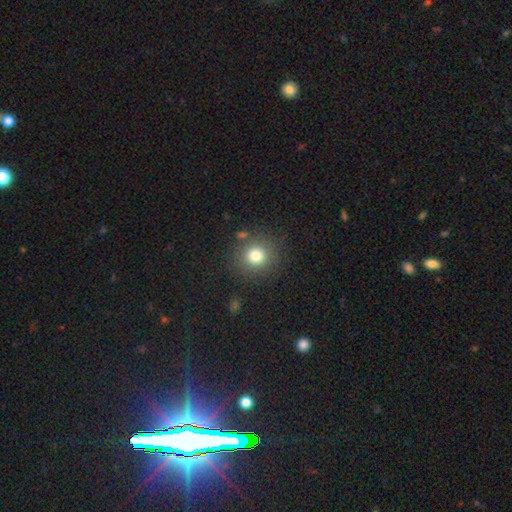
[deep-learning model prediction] The model was most divided on "smooth or featured": smooth: 80%, star or artifact: 12%, featured or disk: 8%. More confident: how rounded — round (88%); merging — none (84%).